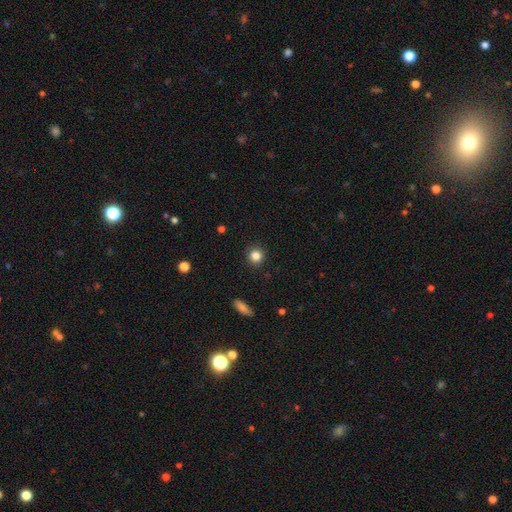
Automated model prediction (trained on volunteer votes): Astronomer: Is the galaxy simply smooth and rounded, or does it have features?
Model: smooth — 84%.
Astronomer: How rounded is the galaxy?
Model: round — 91%.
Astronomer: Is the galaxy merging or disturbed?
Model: none — 91%.